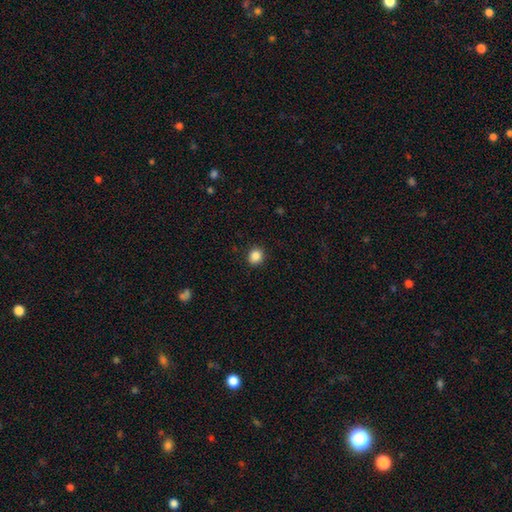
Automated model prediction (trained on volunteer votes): smooth_or_featured: smooth (p=0.87) [alt: star or artifact p=0.10]
how_rounded: round (p=0.79) [alt: in between p=0.20]
merging: none (p=0.90) [alt: minor disturbance p=0.07]